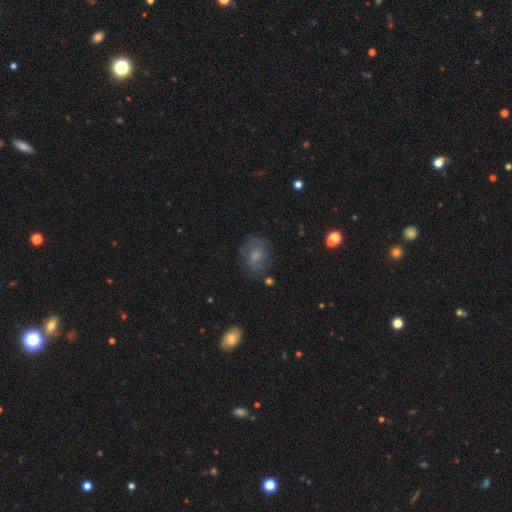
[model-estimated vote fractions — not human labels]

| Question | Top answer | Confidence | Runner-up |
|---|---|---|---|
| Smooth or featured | smooth | 47% | featured or disk (42%) |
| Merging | none | 69% | minor disturbance (20%) |